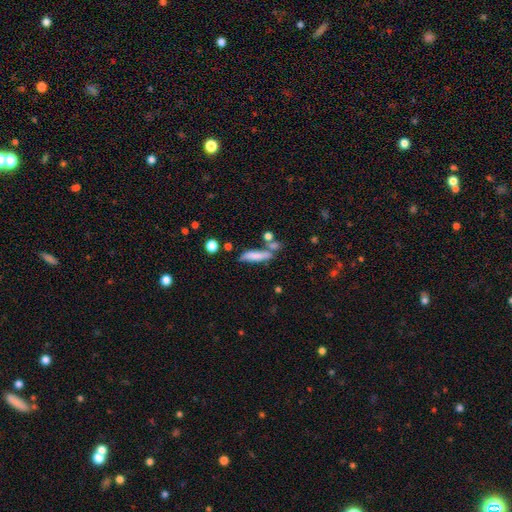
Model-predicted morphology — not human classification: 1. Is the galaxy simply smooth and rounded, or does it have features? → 72% smooth, 20% featured or disk, 8% star or artifact.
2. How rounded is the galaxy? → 75% cigar-shaped, 22% in between, 3% round.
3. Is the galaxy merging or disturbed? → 56% none, 19% minor disturbance, 18% merger, 7% major disturbance.